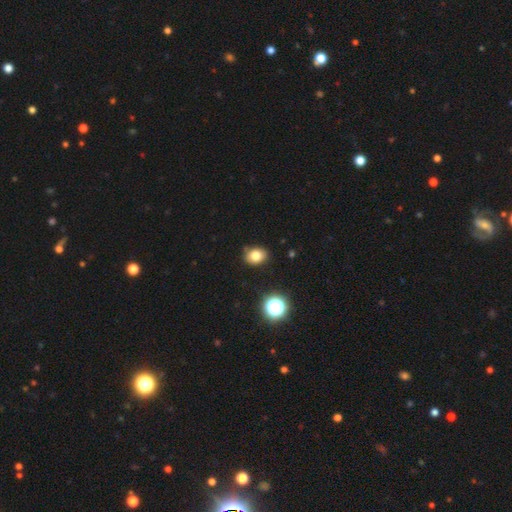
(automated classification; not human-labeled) A smooth galaxy with no disk features (79%) that is in between round and cigar-shaped (57%). Merging: none (85%).